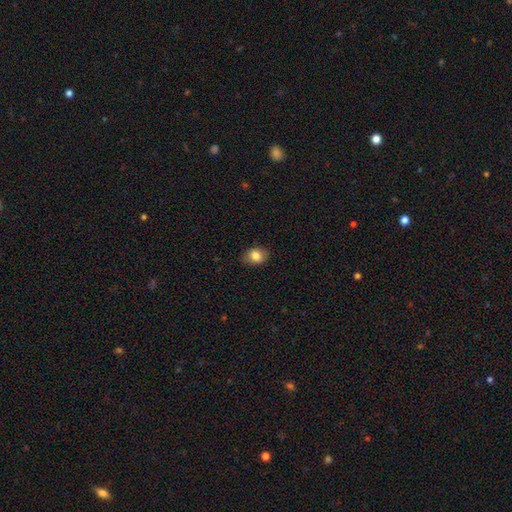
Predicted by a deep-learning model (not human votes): Smooth or featured? Predicted: smooth (p=0.83). How rounded? Predicted: in between (p=0.62). Merging? Predicted: none (p=0.81).